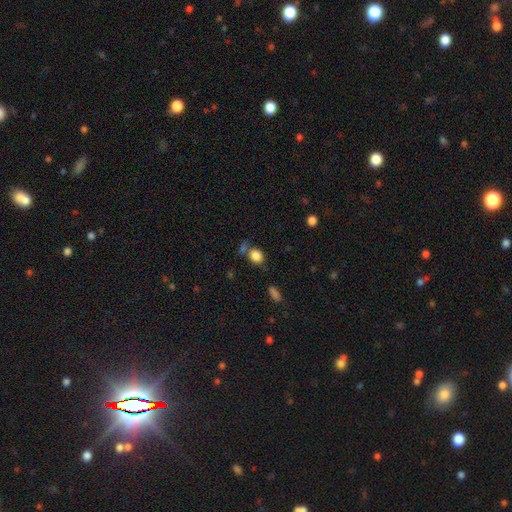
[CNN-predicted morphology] smooth-or-featured: smooth: 85% | star or artifact: 10% | featured or disk: 5%
  how-rounded: round: 65% | in between: 33% | cigar-shaped: 2%
  merging: none: 60% | merger: 21% | minor disturbance: 14% | major disturbance: 6%